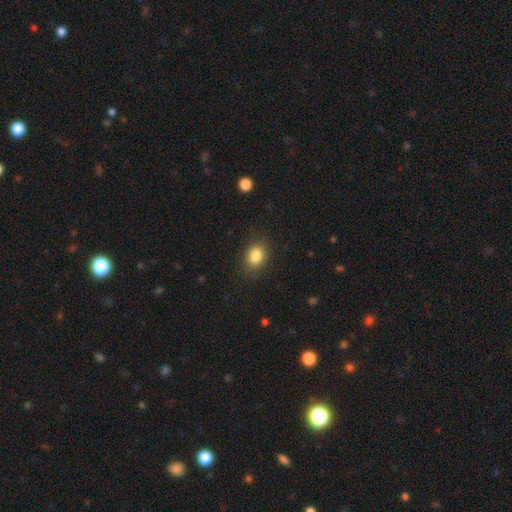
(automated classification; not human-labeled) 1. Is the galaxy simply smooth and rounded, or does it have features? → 85% smooth, 10% star or artifact, 6% featured or disk.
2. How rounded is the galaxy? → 58% in between, 41% round, 1% cigar-shaped.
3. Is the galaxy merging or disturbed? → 83% none, 13% minor disturbance, 4% major disturbance, 1% merger.